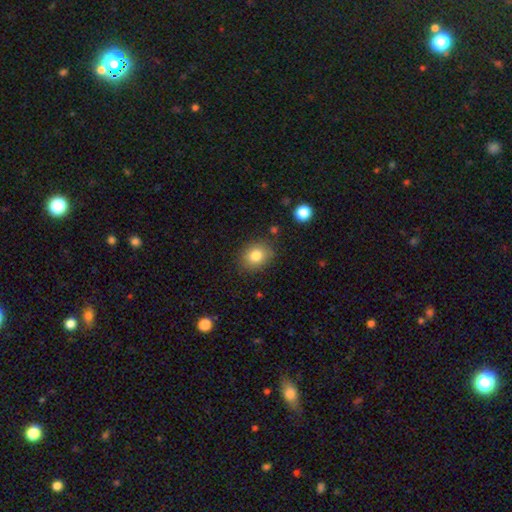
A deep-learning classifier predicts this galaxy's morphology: Q: Smooth or featured?
A: smooth (82%); runner-up: star or artifact (10%)
Q: How rounded?
A: round (59%); runner-up: in between (40%)
Q: Merging?
A: none (84%); runner-up: minor disturbance (11%)